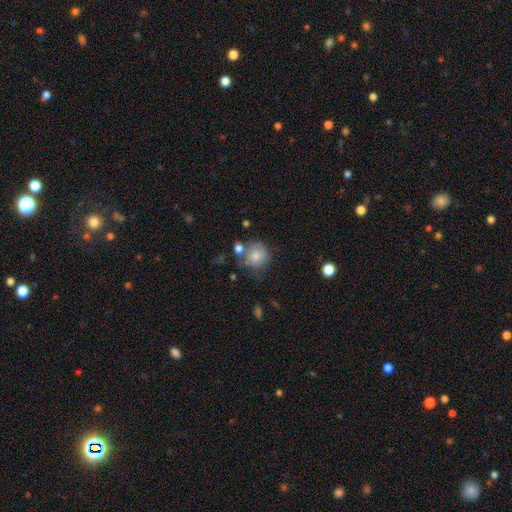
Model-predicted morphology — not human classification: type=smooth (80%); roundness=round (87%); merging=none (55%).